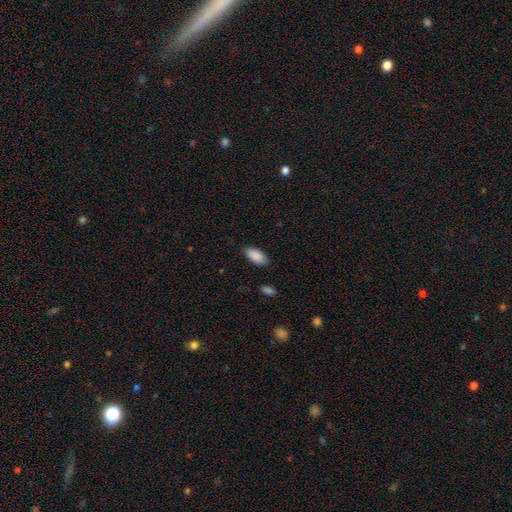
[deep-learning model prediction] Overall: smooth (90%). How rounded: in between (92%). Merging: none (84%).